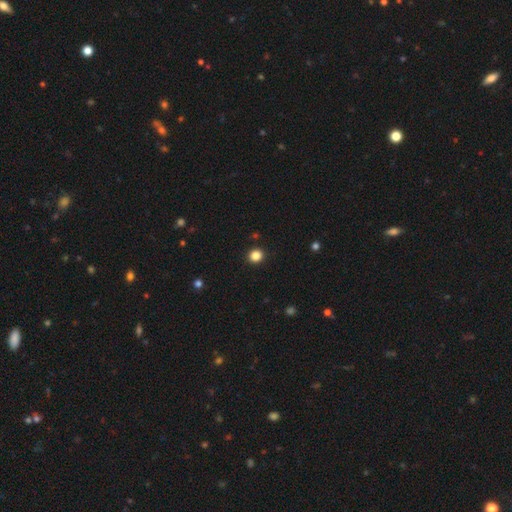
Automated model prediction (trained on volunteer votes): This is clearly a smooth galaxy (85%). How rounded: clearly round (89%). Merging: clearly none (92%).